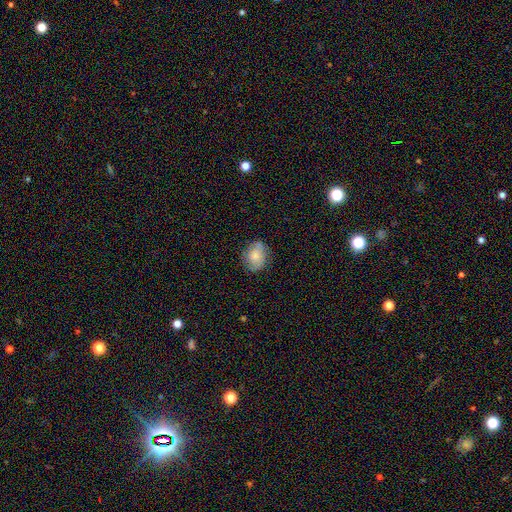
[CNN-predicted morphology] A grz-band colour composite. It shows a smooth galaxy with no disk features (67%) that is round (52%). Merging: none (73%).